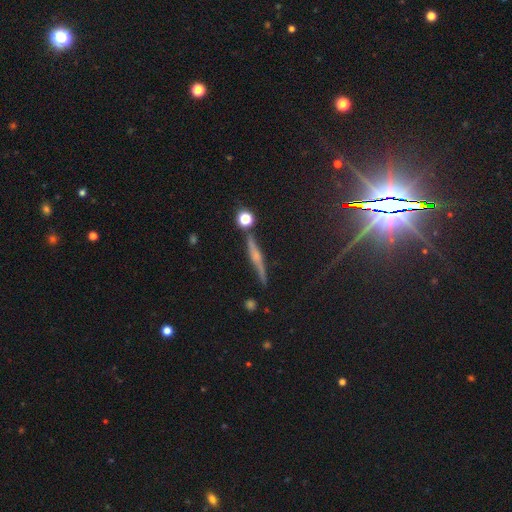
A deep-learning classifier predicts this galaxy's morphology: Overall: featured or disk (63%). Edge-on disk: yes (95%). Edge-on bulge: rounded (69%). Merging: none (83%).